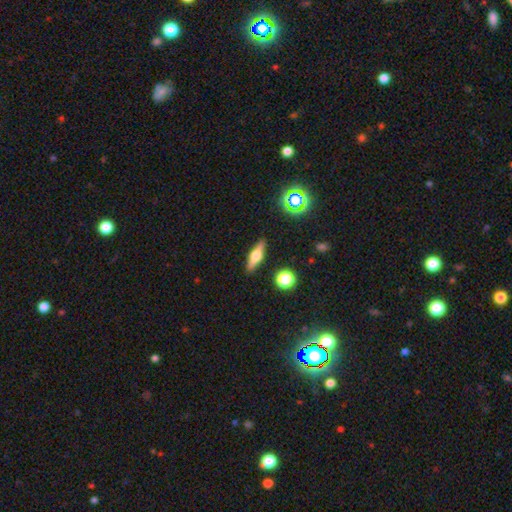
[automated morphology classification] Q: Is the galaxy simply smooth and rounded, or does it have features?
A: featured or disk — 57%.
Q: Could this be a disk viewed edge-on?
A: yes — 95%.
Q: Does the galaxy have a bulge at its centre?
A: rounded — 91%.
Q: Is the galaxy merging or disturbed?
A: none — 89%.